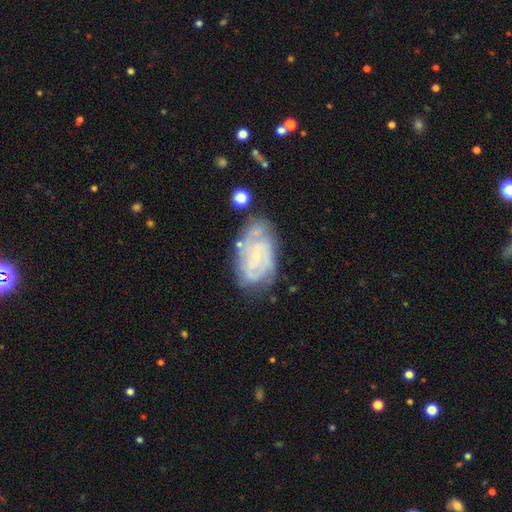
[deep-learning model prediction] This is likely a featured or disk galaxy (74%). It is clearly not viewed edge-on (96%). Bar: likely no (67%). Spiral arm pattern: clearly yes (85%). Spiral arm count: marginally can't tell (44%). Spiral winding: likely tight (61%). Central bulge: likely small (78%). Merging: possibly none (60%).